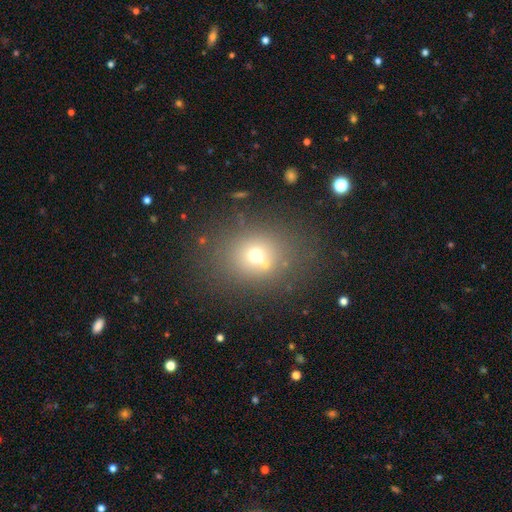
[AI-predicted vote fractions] Smooth or featured?
  - smooth: 62% *
  - star or artifact: 21%
  - featured or disk: 17%
How rounded?
  - round: 66% *
  - in between: 33%
  - cigar-shaped: 1%
Merging?
  - none: 64% *
  - merger: 18%
  - minor disturbance: 12%
  - major disturbance: 6%